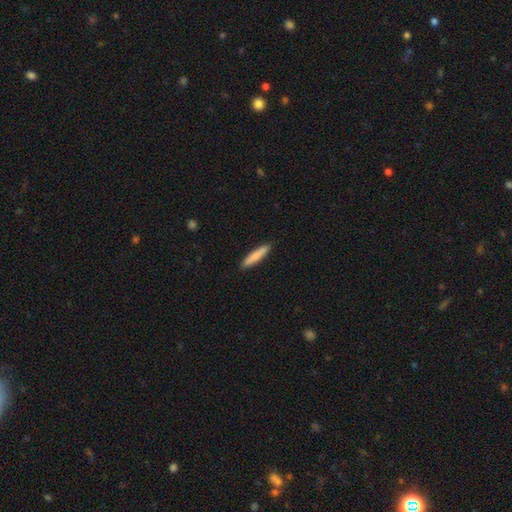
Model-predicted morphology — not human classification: This appears to be a smooth galaxy with no disk features (81%) that is cigar-shaped (90%). Merging: none (91%).